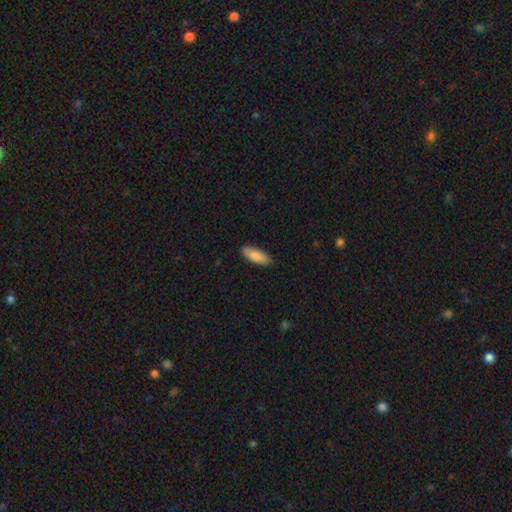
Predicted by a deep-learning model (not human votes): This is clearly a smooth galaxy (87%). How rounded: likely in between (74%). Merging: clearly none (86%).